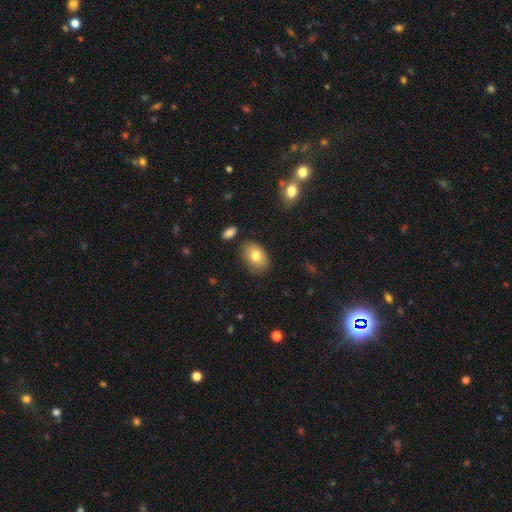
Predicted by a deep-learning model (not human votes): This appears to be a smooth galaxy with no disk features (79%) that is in between round and cigar-shaped (83%). Merging: none (78%).